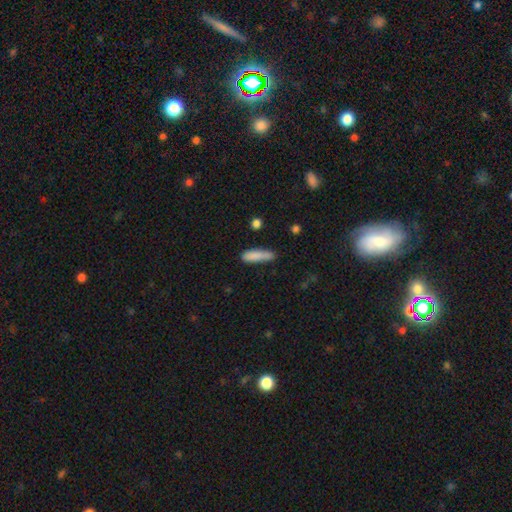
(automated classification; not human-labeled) This is clearly a smooth galaxy (85%). How rounded: likely cigar-shaped (71%). Merging: likely none (68%).